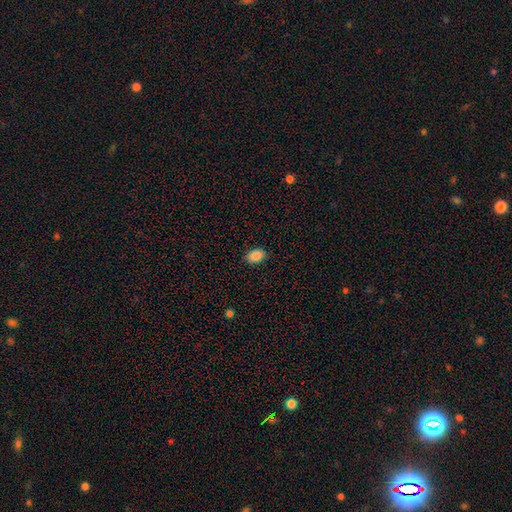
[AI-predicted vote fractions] Smooth or featured? Predicted: smooth (p=0.87). How rounded? Predicted: in between (p=0.84). Merging? Predicted: none (p=0.87).